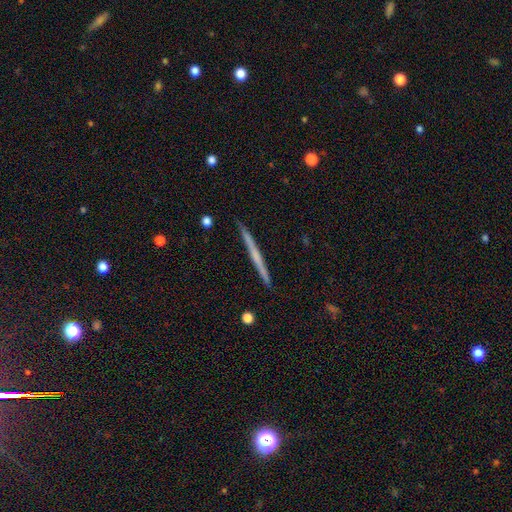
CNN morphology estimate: Q: Smooth or featured?
A: featured or disk (60%); runner-up: smooth (34%)
Q: Edge-on disk?
A: yes (98%); runner-up: no (2%)
Q: Edge-on bulge?
A: none (76%); runner-up: rounded (19%)
Q: Merging?
A: none (92%); runner-up: minor disturbance (5%)